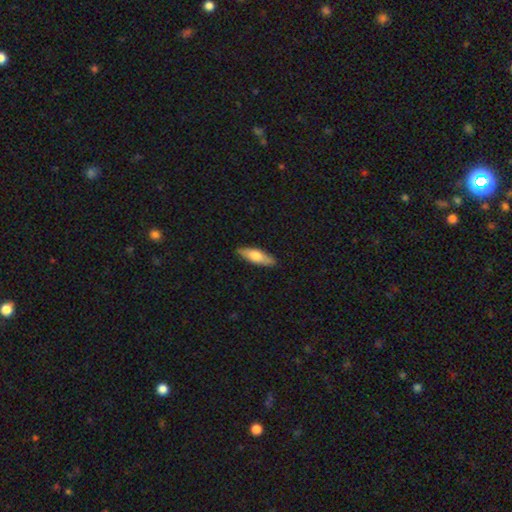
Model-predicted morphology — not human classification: smooth_or_featured: smooth (p=0.65) [alt: featured or disk p=0.29]
how_rounded: in between (p=0.50) [alt: cigar-shaped p=0.48]
merging: none (p=0.88) [alt: minor disturbance p=0.09]